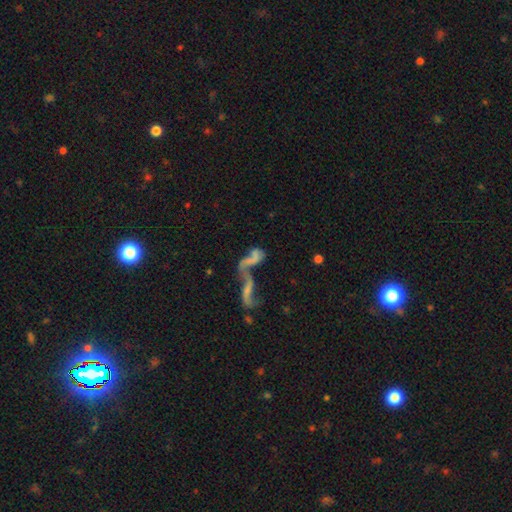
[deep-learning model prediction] This is possibly a featured or disk galaxy (47%). Merging: likely merger (73%).